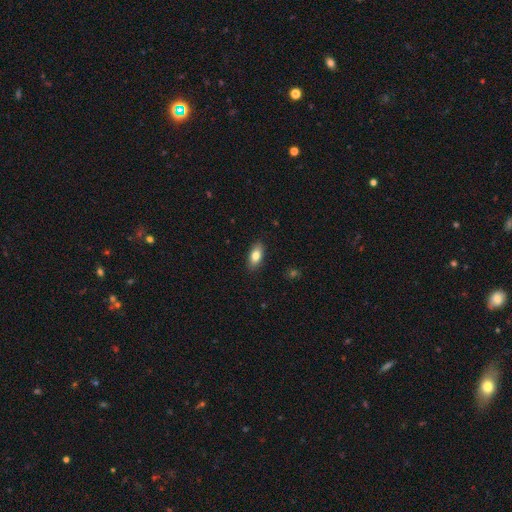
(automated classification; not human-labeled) smooth_or_featured: smooth (p=0.82) [alt: featured or disk p=0.11]
how_rounded: in between (p=0.87) [alt: cigar-shaped p=0.09]
merging: none (p=0.87) [alt: minor disturbance p=0.09]